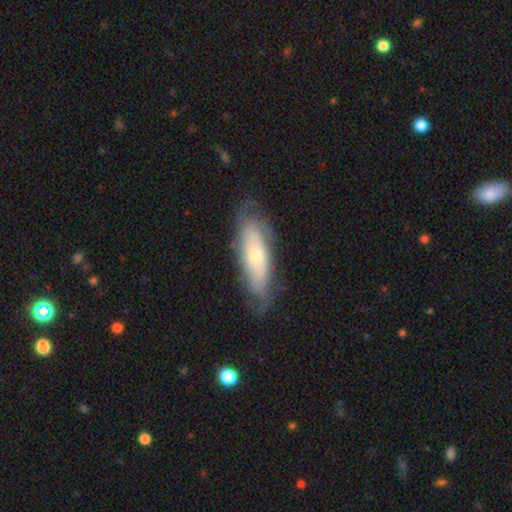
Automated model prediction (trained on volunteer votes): Smooth or featured? Predicted: featured or disk (p=0.58). Edge-on disk? Predicted: no (p=0.74). Merging? Predicted: none (p=0.68).